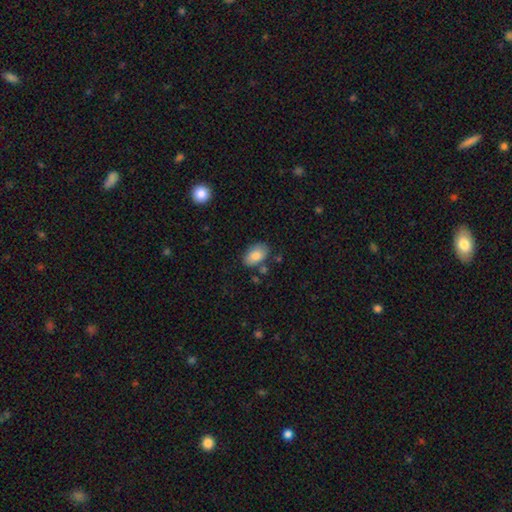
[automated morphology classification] A smooth galaxy with no disk features (83%) that is in between round and cigar-shaped (90%).

Vote fractions:
- Smooth or featured? smooth: 83% / featured or disk: 9% / star or artifact: 7%
- How rounded? in between: 90% / round: 9% / cigar-shaped: 1%
- Merging? none: 70% / minor disturbance: 19% / merger: 6% / major disturbance: 5%